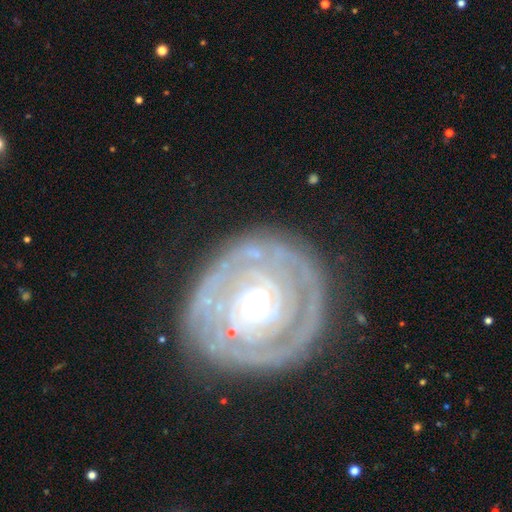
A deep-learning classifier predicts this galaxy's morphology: This appears to be a featured or disk galaxy (86%) with no bar (72%), tight (84%) spiral arms (93%) and a small central bulge (50%). Merging: none (79%).